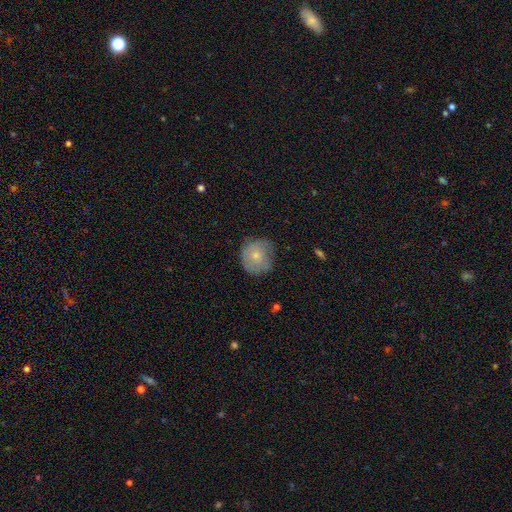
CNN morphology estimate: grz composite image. It shows a smooth galaxy with no disk features (69%) that is round (85%). Merging: none (69%).